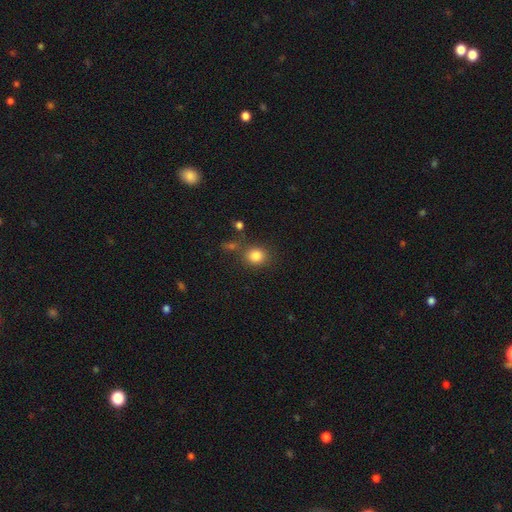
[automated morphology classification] This appears to be a smooth galaxy with no disk features (84%) that is round (76%). Merging: none (76%).